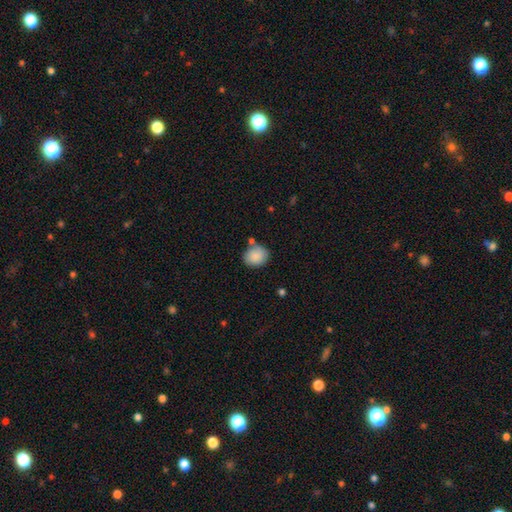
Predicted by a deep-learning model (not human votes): The model was most divided on "how rounded": round: 60%, in between: 39%, cigar-shaped: 1%. More confident: smooth or featured — smooth (87%); merging — none (70%).